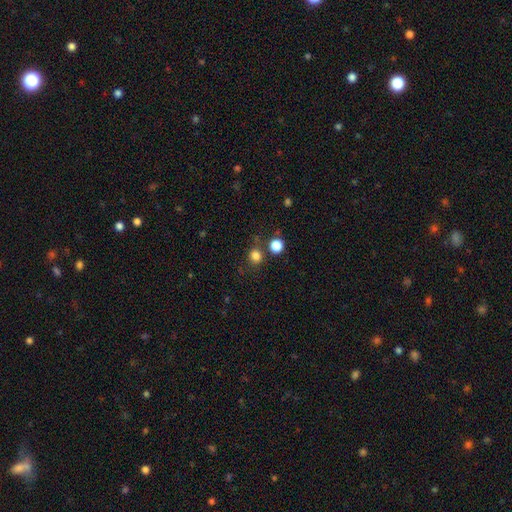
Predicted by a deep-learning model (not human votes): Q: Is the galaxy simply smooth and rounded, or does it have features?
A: smooth — 81%.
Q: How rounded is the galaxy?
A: round — 86%.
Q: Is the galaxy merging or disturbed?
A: none — 75%.